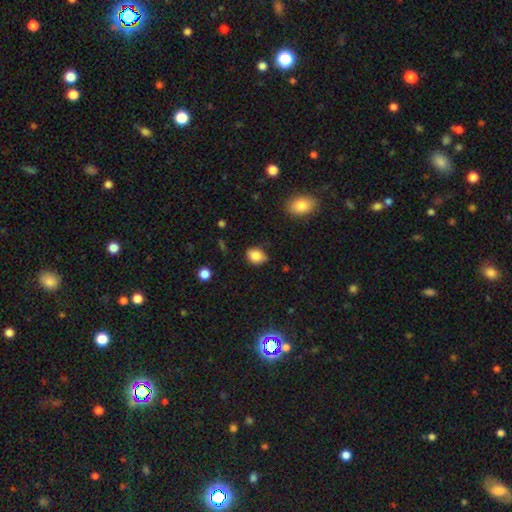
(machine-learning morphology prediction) Smooth or featured? smooth (84%)
How rounded? in between (56%)
Merging? none (71%)